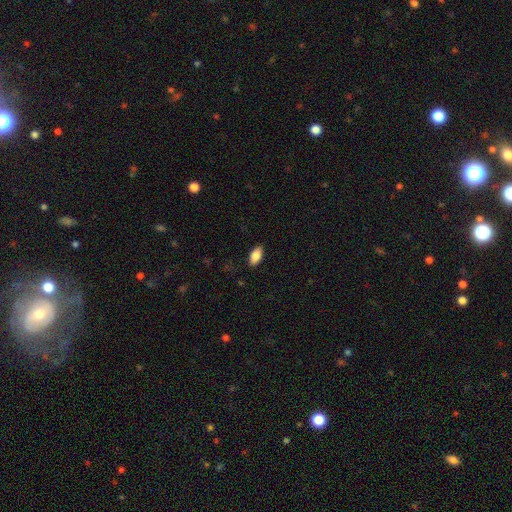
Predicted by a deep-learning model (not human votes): The model was most divided on "smooth or featured": smooth: 84%, featured or disk: 10%, star or artifact: 7%. More confident: how rounded — in between (90%); merging — none (87%).